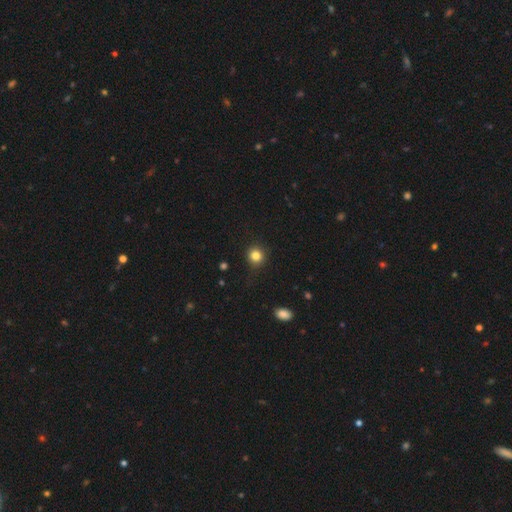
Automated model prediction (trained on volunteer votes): This appears to be a smooth galaxy with no disk features (82%) that is round (91%). Merging: none (87%).